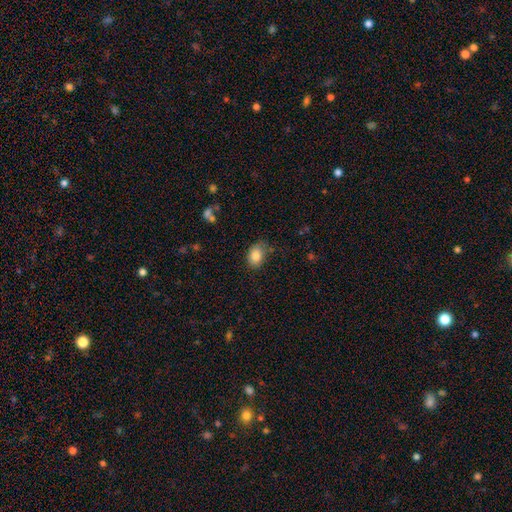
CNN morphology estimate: Smooth or featured? Predicted: smooth (p=0.84). How rounded? Predicted: in between (p=0.81). Merging? Predicted: none (p=0.73).